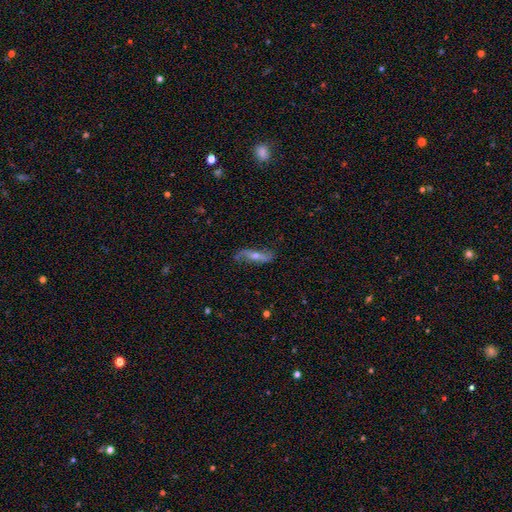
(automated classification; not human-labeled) A featured or disk galaxy (73%).

Vote fractions:
- Smooth or featured? featured or disk: 73% / smooth: 20% / star or artifact: 7%
- Edge-on disk? no: 69% / yes: 31%
- Merging? none: 69% / minor disturbance: 20% / major disturbance: 8% / merger: 2%